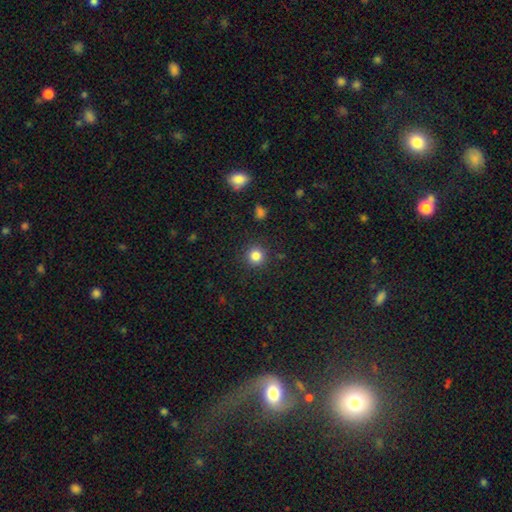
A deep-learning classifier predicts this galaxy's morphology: Smooth or featured: smooth — 83% (star or artifact — 12%)
How rounded: round — 94% (in between — 5%)
Merging: none — 91% (minor disturbance — 6%)